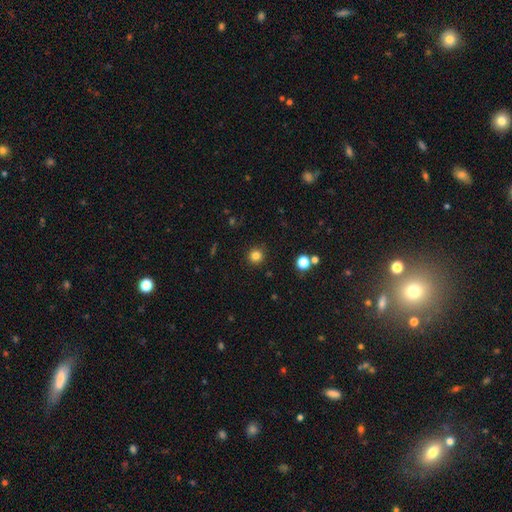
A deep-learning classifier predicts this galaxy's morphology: smooth-or-featured: smooth: 82% | star or artifact: 13% | featured or disk: 5%
  how-rounded: round: 93% | in between: 6% | cigar-shaped: 1%
  merging: none: 91% | minor disturbance: 6% | major disturbance: 2% | merger: 2%